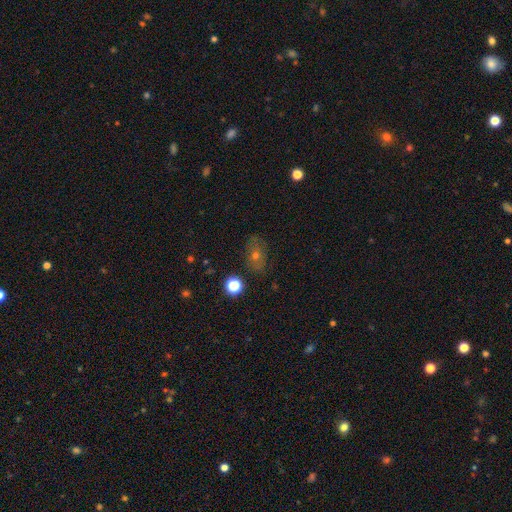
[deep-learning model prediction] Smooth or featured? Predicted: smooth (p=0.46). Merging? Predicted: none (p=0.79).